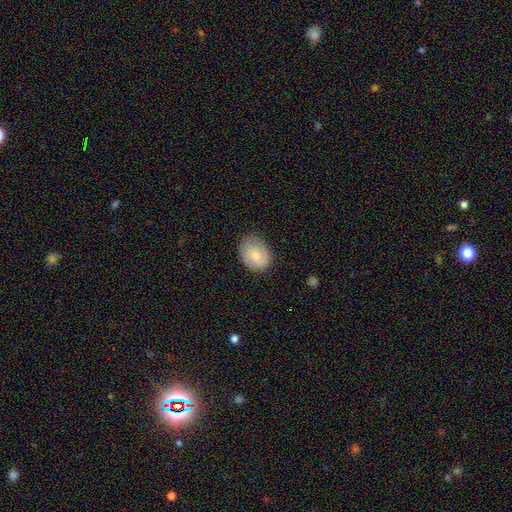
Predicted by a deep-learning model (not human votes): Smooth or featured? Predicted: smooth (p=0.69). How rounded? Predicted: in between (p=0.57). Merging? Predicted: none (p=0.74).